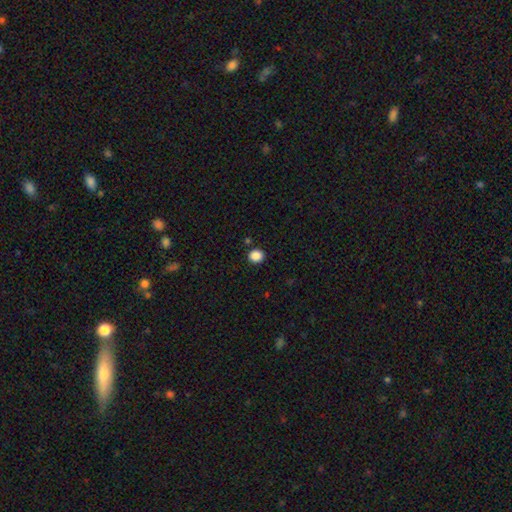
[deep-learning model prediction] smooth-or-featured: smooth: 87% | star or artifact: 10% | featured or disk: 3%
  how-rounded: round: 79% | in between: 20% | cigar-shaped: 1%
  merging: none: 88% | minor disturbance: 7% | merger: 3% | major disturbance: 2%